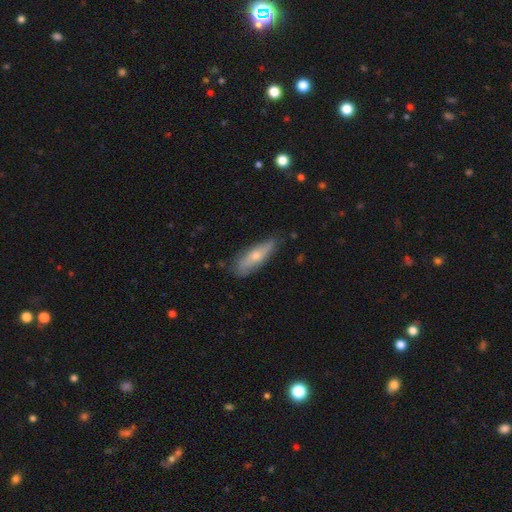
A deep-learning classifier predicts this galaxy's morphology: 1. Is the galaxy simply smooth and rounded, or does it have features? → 54% smooth, 40% featured or disk, 6% star or artifact.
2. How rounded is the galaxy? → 49% cigar-shaped, 48% in between, 2% round.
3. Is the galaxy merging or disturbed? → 71% none, 23% minor disturbance, 4% major disturbance, 2% merger.